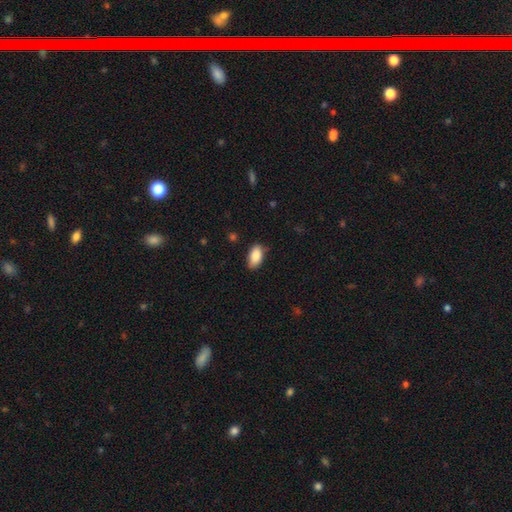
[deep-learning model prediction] smooth_or_featured: smooth (p=0.89) [alt: star or artifact p=0.06]
how_rounded: in between (p=0.93) [alt: round p=0.04]
merging: none (p=0.81) [alt: minor disturbance p=0.16]